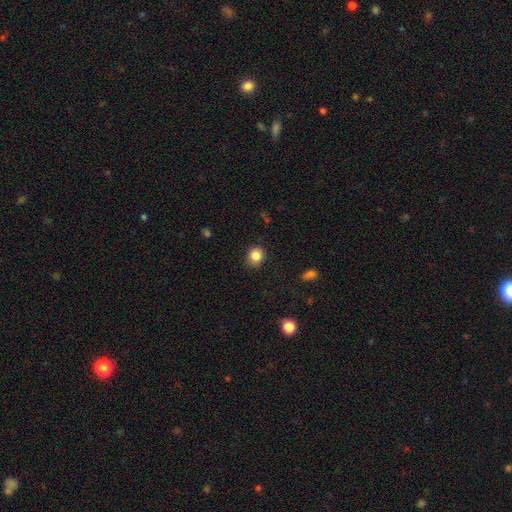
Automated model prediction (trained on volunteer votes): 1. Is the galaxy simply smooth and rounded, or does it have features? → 85% smooth, 10% star or artifact, 5% featured or disk.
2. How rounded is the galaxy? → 75% round, 24% in between, 1% cigar-shaped.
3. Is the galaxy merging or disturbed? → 85% none, 11% minor disturbance, 3% major disturbance, 1% merger.